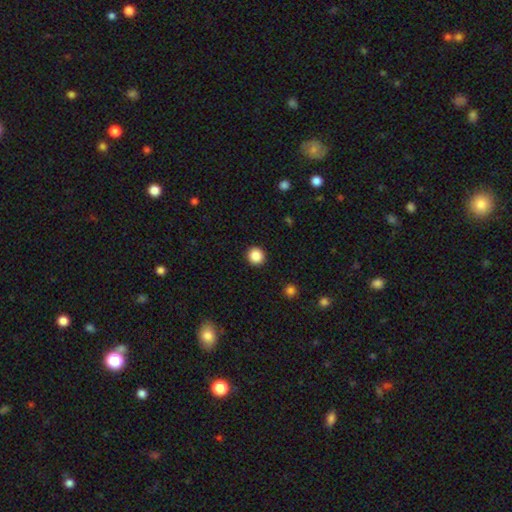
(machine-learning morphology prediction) smooth-or-featured: smooth: 87% | star or artifact: 10% | featured or disk: 3%
  how-rounded: round: 94% | in between: 5% | cigar-shaped: 1%
  merging: none: 93% | minor disturbance: 5% | major disturbance: 2% | merger: 1%